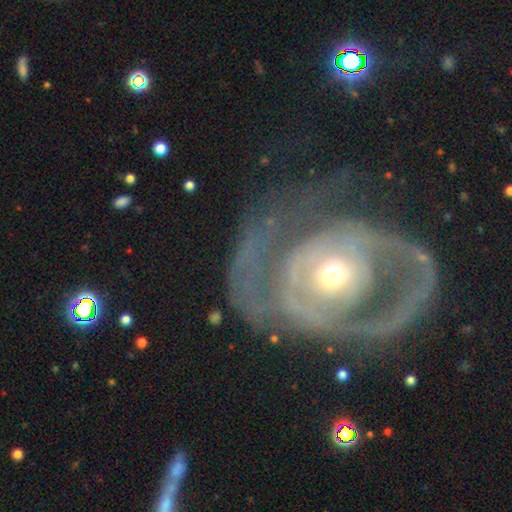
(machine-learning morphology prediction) A featured or disk galaxy (79%) with no bar (75%), spiral arms (64%) and a moderate central bulge (48%).

Vote fractions:
- Smooth or featured? featured or disk: 79% / smooth: 14% / star or artifact: 7%
- Edge-on disk? no: 96% / yes: 4%
- Bar? no: 75% / weak: 17% / strong: 9%
- Spiral arms? yes: 64% / no: 36%
- Bulge size? moderate: 48% / small: 44% / large: 5% / dominant: 1% / none: 1%
- Merging? none: 43% / major disturbance: 37% / minor disturbance: 17% / merger: 3%